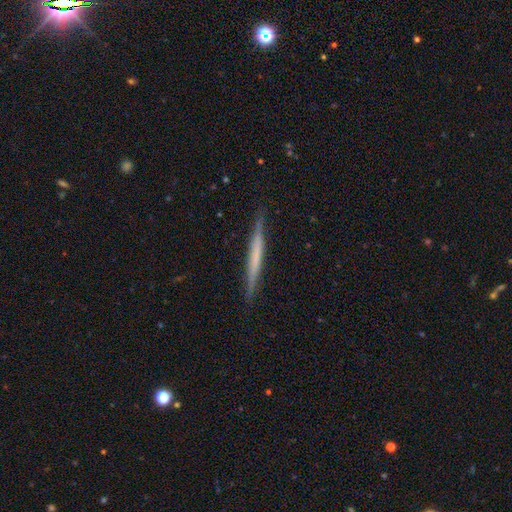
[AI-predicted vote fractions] The model was most divided on "smooth or featured": featured or disk: 52%, smooth: 42%, star or artifact: 6%. More confident: edge-on disk — yes (97%); merging — none (90%); edge-on bulge — none (84%).